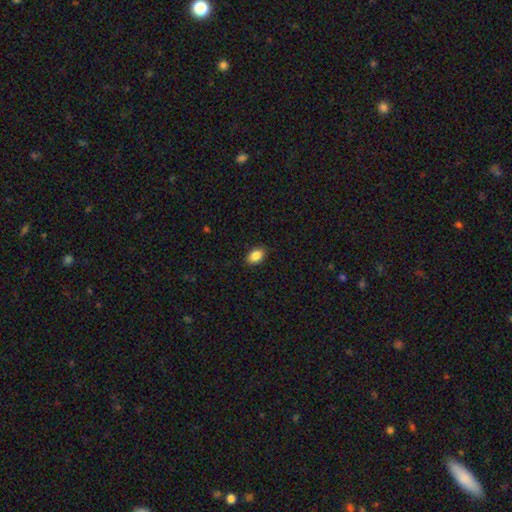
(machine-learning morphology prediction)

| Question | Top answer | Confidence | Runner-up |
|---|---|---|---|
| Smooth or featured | smooth | 88% | star or artifact (8%) |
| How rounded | in between | 85% | round (14%) |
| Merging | none | 89% | minor disturbance (8%) |